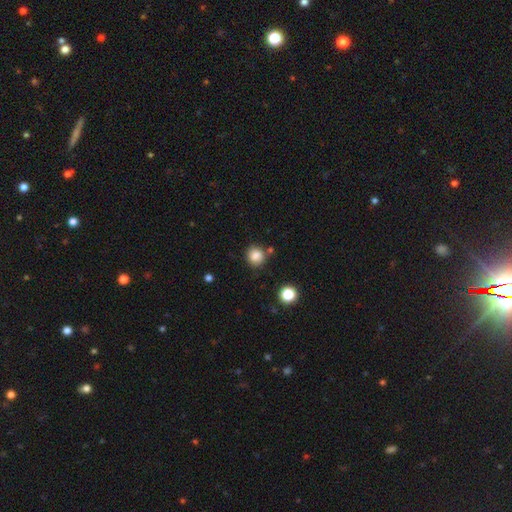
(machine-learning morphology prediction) smooth_or_featured: smooth (p=0.84) [alt: star or artifact p=0.11]
how_rounded: round (p=0.86) [alt: in between p=0.14]
merging: none (p=0.79) [alt: minor disturbance p=0.11]